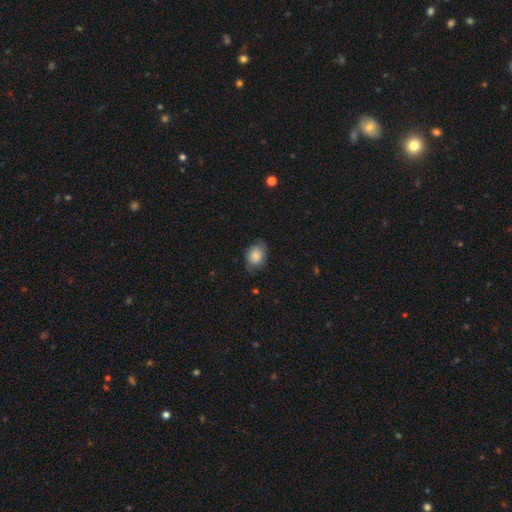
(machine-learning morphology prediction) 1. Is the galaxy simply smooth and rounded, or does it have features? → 76% smooth, 16% featured or disk, 8% star or artifact.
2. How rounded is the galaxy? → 72% in between, 27% round, 1% cigar-shaped.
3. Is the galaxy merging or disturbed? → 69% none, 24% minor disturbance, 6% major disturbance, 1% merger.